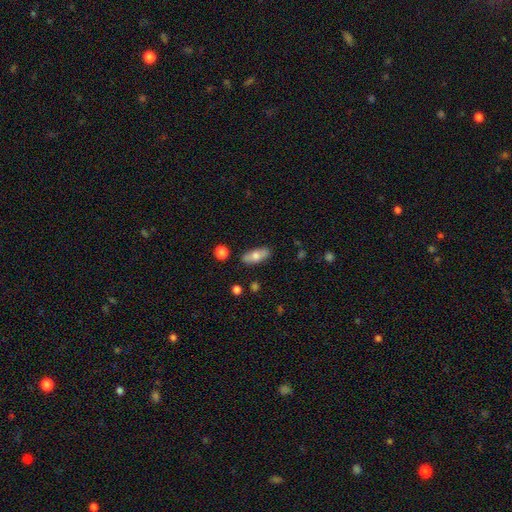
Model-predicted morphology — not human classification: A smooth galaxy with no disk features (68%) that is in between round and cigar-shaped (78%).

Vote fractions:
- Smooth or featured? smooth: 68% / featured or disk: 25% / star or artifact: 7%
- How rounded? in between: 78% / cigar-shaped: 18% / round: 4%
- Merging? none: 85% / minor disturbance: 11% / major disturbance: 2% / merger: 2%